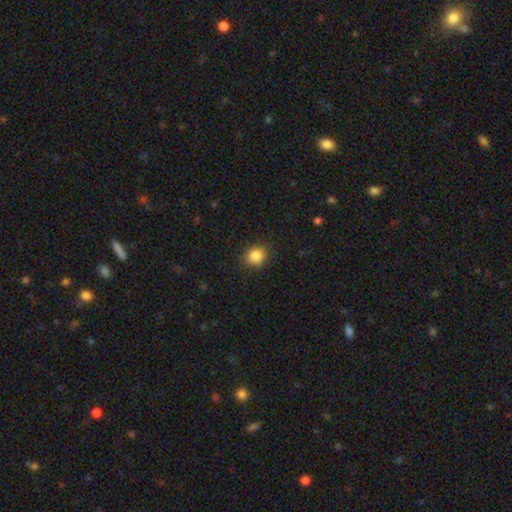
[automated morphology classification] A smooth galaxy with no disk features (86%) that is round (71%). Merging: none (86%).